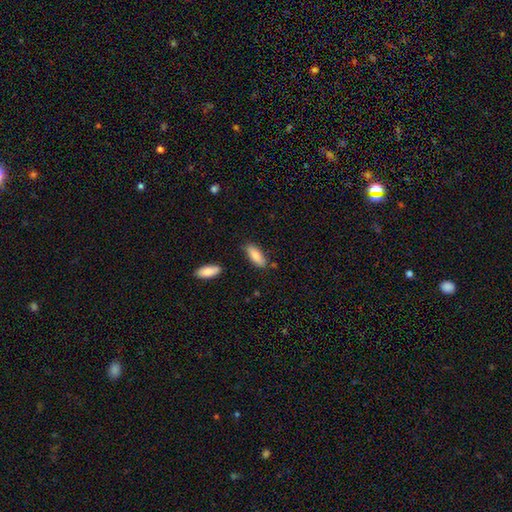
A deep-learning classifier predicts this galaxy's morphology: A smooth galaxy with no disk features (83%) that is in between round and cigar-shaped (69%).

Vote fractions:
- Smooth or featured? smooth: 83% / featured or disk: 11% / star or artifact: 6%
- How rounded? in between: 69% / cigar-shaped: 30% / round: 2%
- Merging? none: 79% / minor disturbance: 14% / merger: 4% / major disturbance: 3%